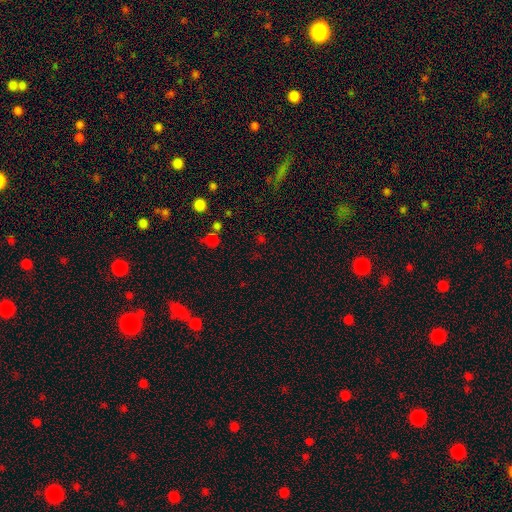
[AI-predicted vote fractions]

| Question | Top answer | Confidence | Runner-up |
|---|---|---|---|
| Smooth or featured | star or artifact | 53% | smooth (40%) |